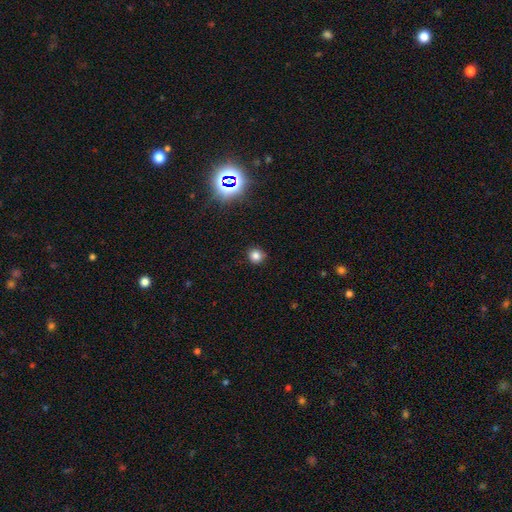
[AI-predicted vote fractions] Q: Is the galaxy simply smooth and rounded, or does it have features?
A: smooth — 80%.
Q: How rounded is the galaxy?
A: round — 90%.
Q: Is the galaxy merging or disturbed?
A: none — 89%.